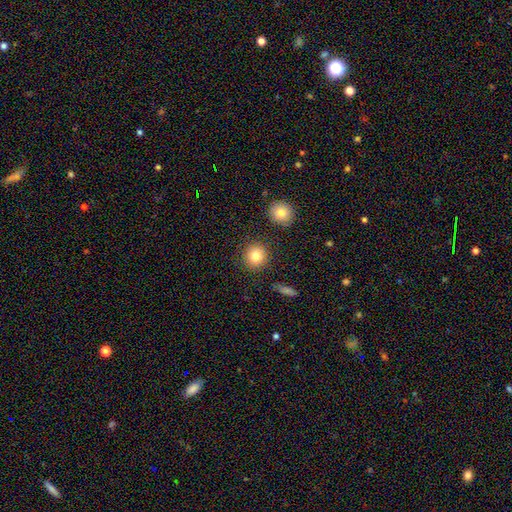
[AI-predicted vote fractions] Smooth or featured? smooth (82%)
How rounded? round (90%)
Merging? none (88%)